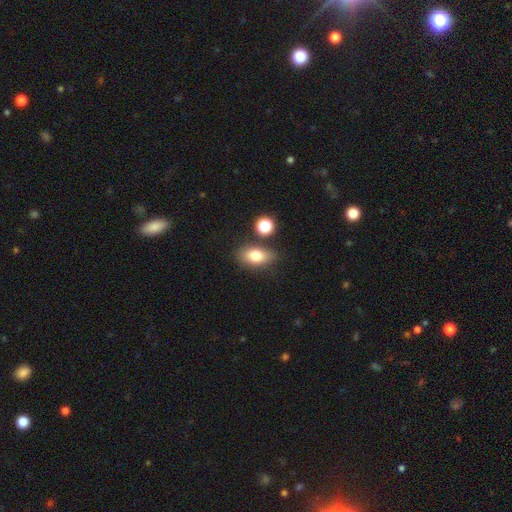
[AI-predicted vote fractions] Smooth or featured? Predicted: smooth (p=0.78). How rounded? Predicted: in between (p=0.83). Merging? Predicted: none (p=0.73).